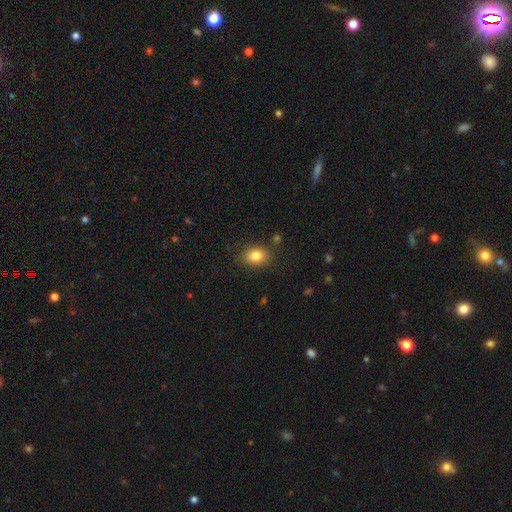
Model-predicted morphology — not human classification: smooth 83%, star or artifact 9%, featured or disk 7%. Down the decision tree: how rounded — in between (71%); merging — none (83%).